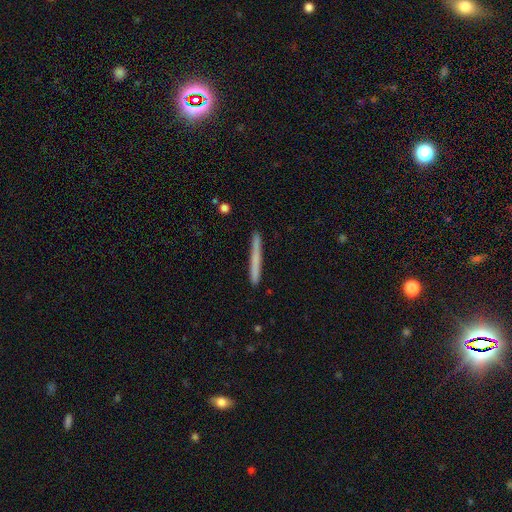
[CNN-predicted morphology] type=smooth (68%); roundness=cigar-shaped (97%); merging=none (91%).